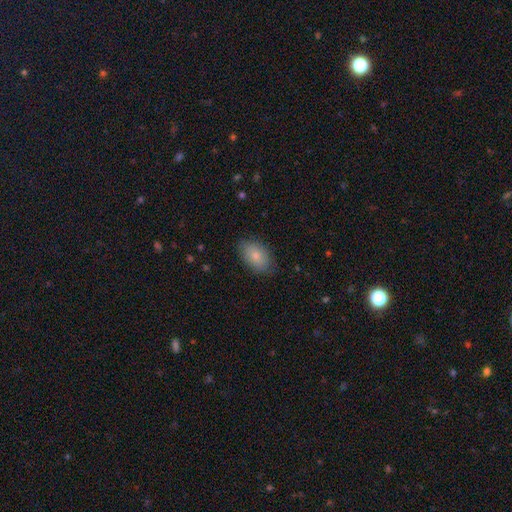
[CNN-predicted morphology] This appears to be a smooth galaxy with no disk features (83%) that is in between round and cigar-shaped (90%). Merging: none (82%).